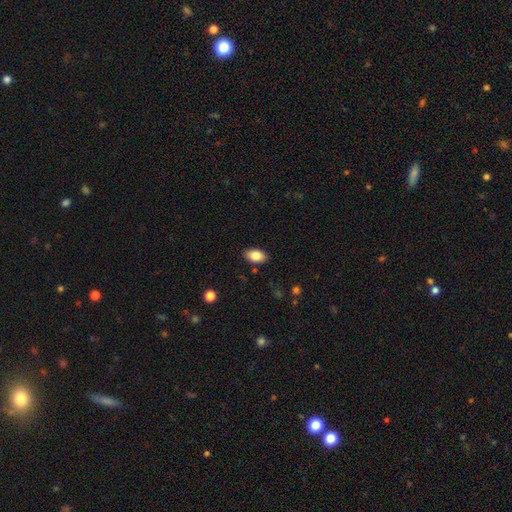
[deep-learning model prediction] smooth 83%, featured or disk 9%, star or artifact 7%. Down the decision tree: how rounded — in between (93%); merging — none (88%).